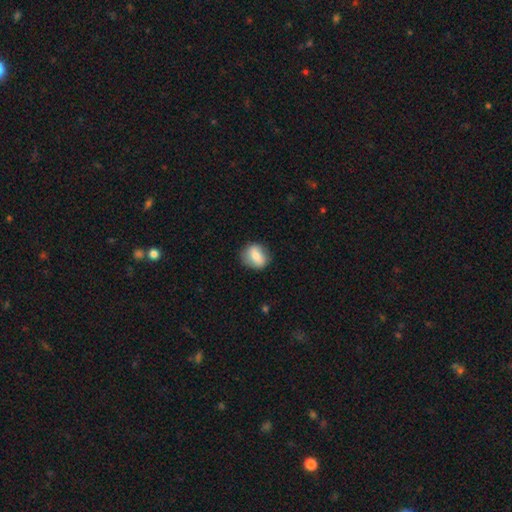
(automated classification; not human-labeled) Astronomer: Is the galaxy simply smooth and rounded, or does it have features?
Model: smooth — 73%.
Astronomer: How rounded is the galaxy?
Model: round — 53% (runner-up: in between, 45%).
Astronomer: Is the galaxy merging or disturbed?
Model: none — 82%.